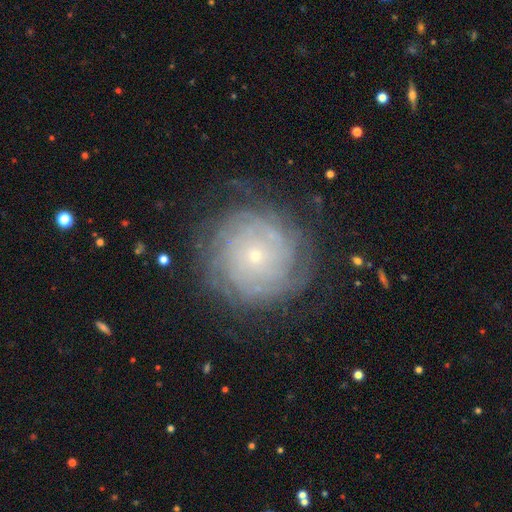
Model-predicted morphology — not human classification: type=featured or disk (72%); edge-on=no (97%); bar=no (86%); spiral arms=yes (87%); winding=tight (81%); arm count=can't tell (49%); bulge=small (86%); merging=none (75%).